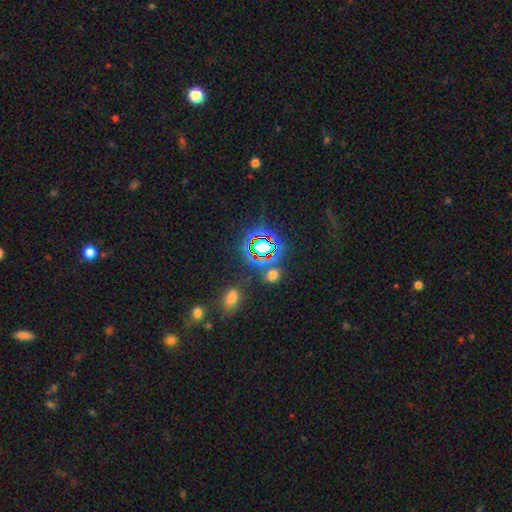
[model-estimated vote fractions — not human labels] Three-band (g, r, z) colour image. It shows a star or artifact, not a galaxy (61%).